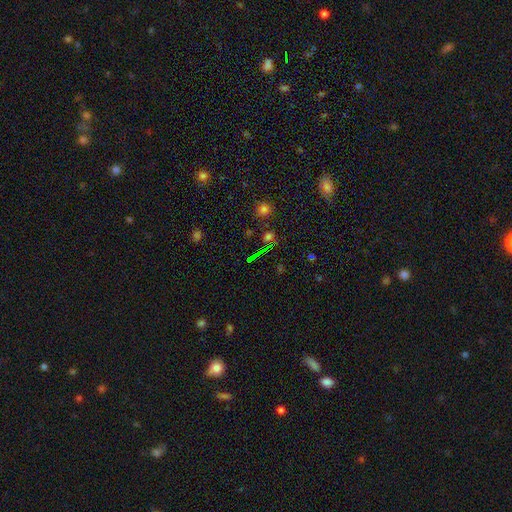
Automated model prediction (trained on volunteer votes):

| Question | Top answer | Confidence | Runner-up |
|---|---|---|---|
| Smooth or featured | star or artifact | 71% | smooth (16%) |